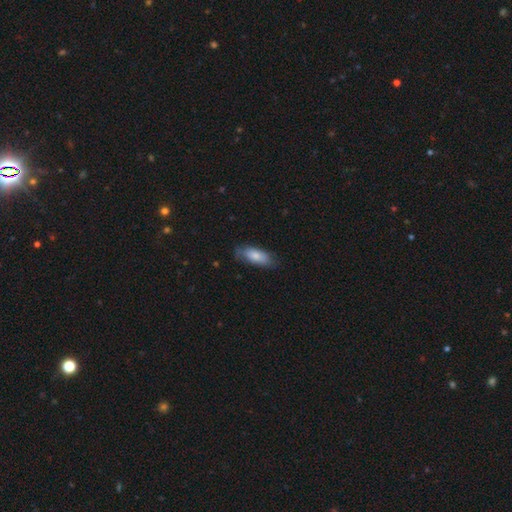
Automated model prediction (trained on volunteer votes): smooth 78%, featured or disk 16%, star or artifact 6%. Down the decision tree: how rounded — in between (80%); merging — none (68%).